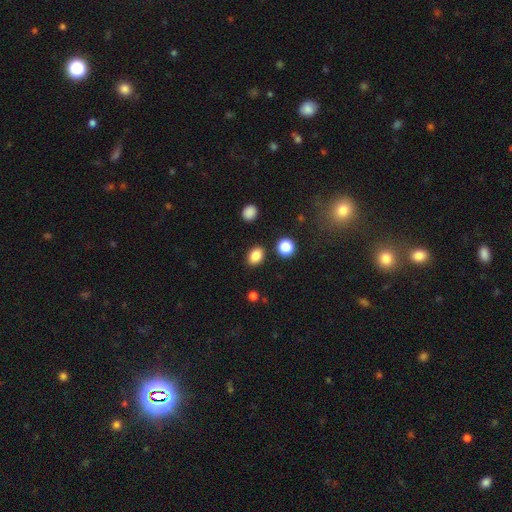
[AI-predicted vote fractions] smooth 85%, star or artifact 10%, featured or disk 5%. Down the decision tree: how rounded — in between (72%); merging — none (85%).